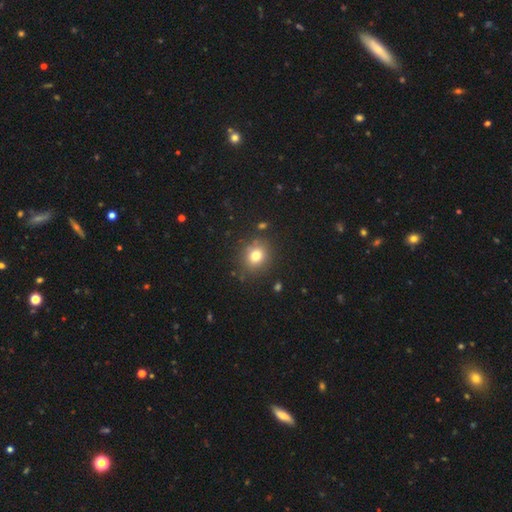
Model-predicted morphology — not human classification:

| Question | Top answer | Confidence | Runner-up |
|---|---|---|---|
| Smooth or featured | smooth | 77% | star or artifact (13%) |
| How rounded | round | 75% | in between (24%) |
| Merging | none | 84% | minor disturbance (10%) |